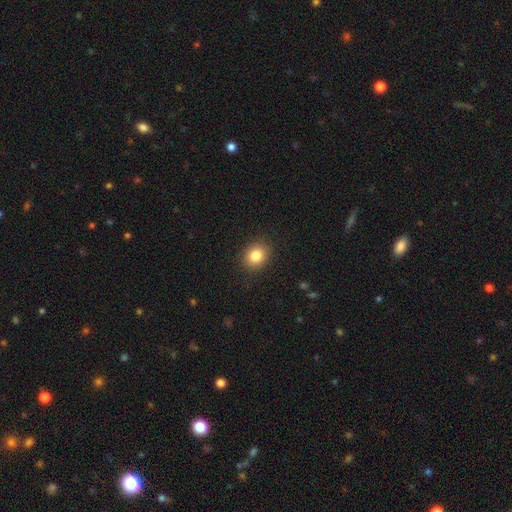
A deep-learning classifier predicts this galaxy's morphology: Overall: smooth (83%). How rounded: round (62%; in between 37%). Merging: none (89%).